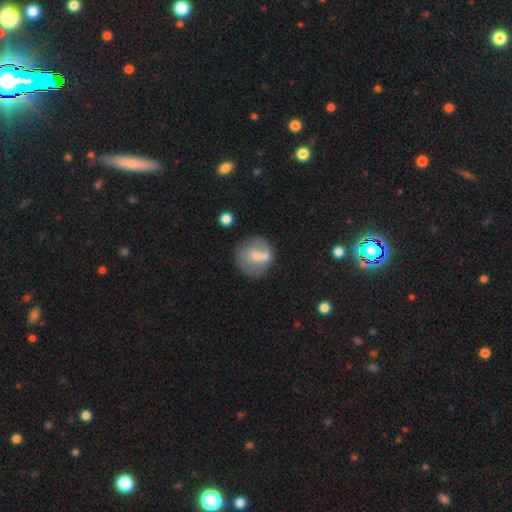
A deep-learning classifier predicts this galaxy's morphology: This appears to be a smooth galaxy with no disk features (53%) that is round (84%). Merging: none (54%).